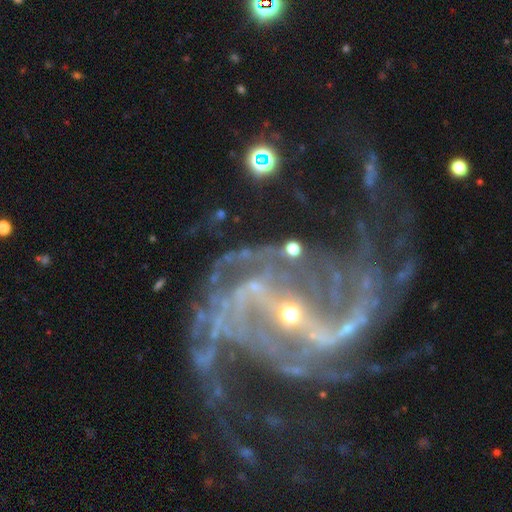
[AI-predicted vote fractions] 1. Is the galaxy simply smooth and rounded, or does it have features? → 92% featured or disk, 6% star or artifact, 2% smooth.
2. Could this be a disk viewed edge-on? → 98% no, 2% yes.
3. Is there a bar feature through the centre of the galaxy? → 60% strong, 26% weak, 15% no.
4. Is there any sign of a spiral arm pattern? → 98% yes, 2% no.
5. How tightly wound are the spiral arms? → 47% medium, 30% loose, 22% tight.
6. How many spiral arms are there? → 47% 2, 14% 3, 12% can't tell, 10% 4, 9% more than 4, 8% 1.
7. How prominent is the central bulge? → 80% small, 16% moderate, 2% none, 1% large, 1% dominant.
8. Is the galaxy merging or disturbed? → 47% none, 30% major disturbance, 18% minor disturbance, 5% merger.